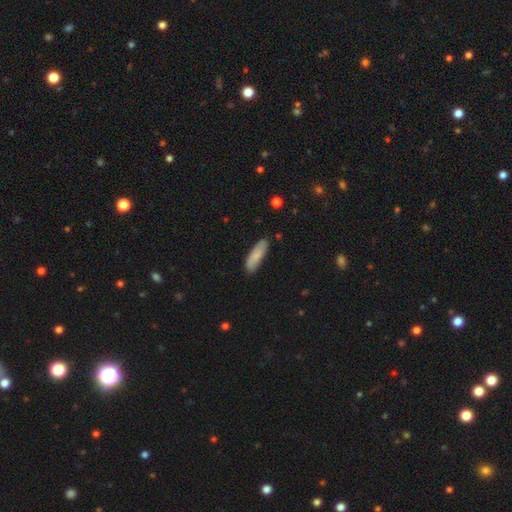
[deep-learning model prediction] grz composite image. It shows a smooth galaxy with no disk features (80%) that is cigar-shaped (53%). Merging: none (82%).